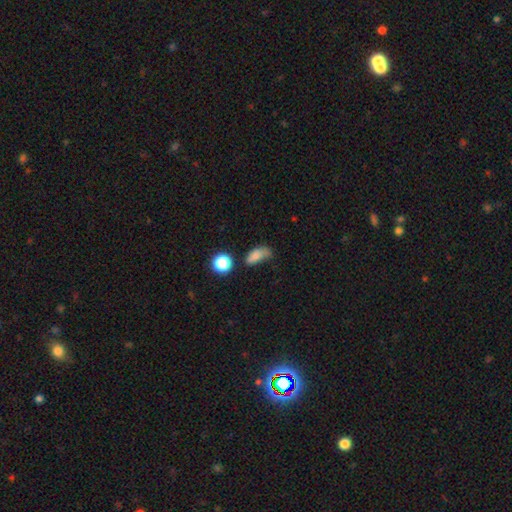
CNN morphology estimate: A smooth galaxy with no disk features (76%) that is in between round and cigar-shaped (78%). Merging: none (35%).